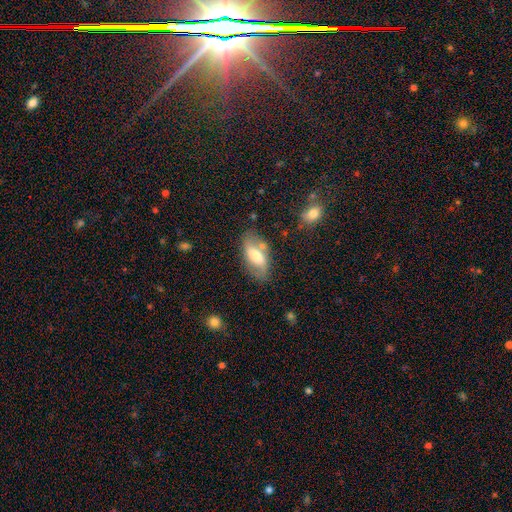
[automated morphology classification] Smooth or featured? Predicted: featured or disk (p=0.48). Merging? Predicted: none (p=0.69).